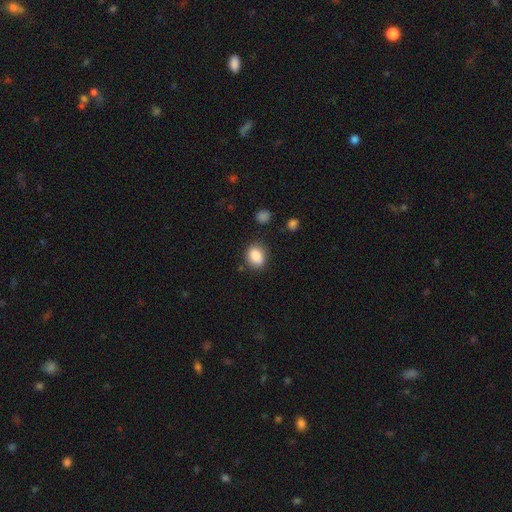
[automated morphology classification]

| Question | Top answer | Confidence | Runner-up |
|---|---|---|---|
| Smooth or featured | smooth | 87% | star or artifact (9%) |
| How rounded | in between | 61% | round (37%) |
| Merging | none | 77% | minor disturbance (16%) |